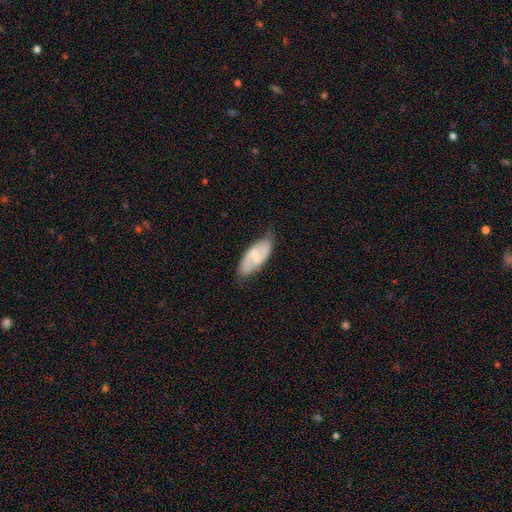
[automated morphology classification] A featured or disk galaxy (60%) with a weak bar (43%), spiral arms (79%) and a small central bulge (43%). Merging: none (72%).